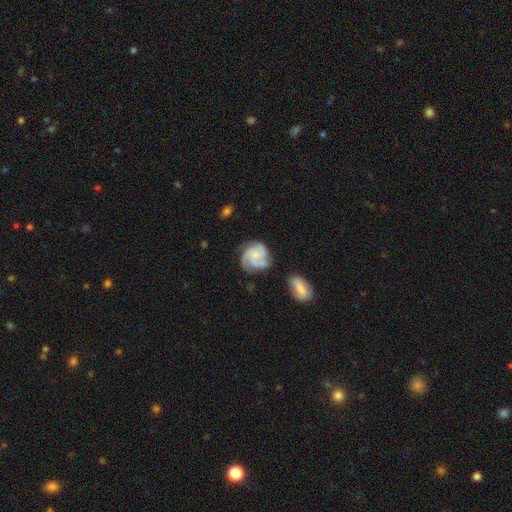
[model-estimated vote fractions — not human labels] Q: Smooth or featured?
A: featured or disk (84%); runner-up: smooth (10%)
Q: Edge-on disk?
A: no (98%); runner-up: yes (2%)
Q: Bar?
A: no (72%); runner-up: weak (23%)
Q: Spiral arms?
A: yes (98%); runner-up: no (2%)
Q: Spiral winding?
A: tight (55%); runner-up: medium (37%)
Q: Spiral arm count?
A: 3 (61%); runner-up: 4 (17%)
Q: Bulge size?
A: small (53%); runner-up: none (22%)
Q: Merging?
A: none (67%); runner-up: minor disturbance (21%)